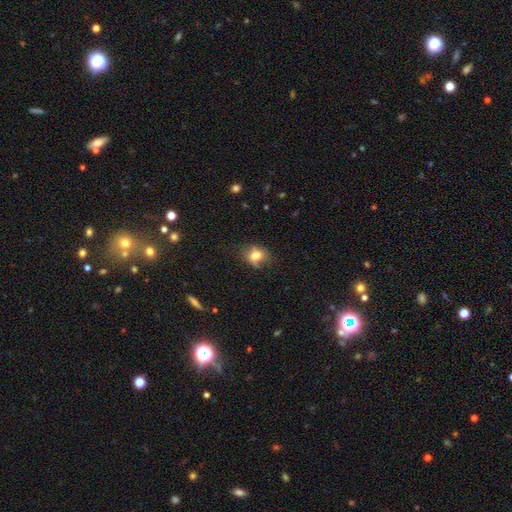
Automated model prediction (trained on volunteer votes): The model was most divided on "how rounded": in between: 57%, round: 41%, cigar-shaped: 2%. More confident: smooth or featured — smooth (72%); merging — none (65%).